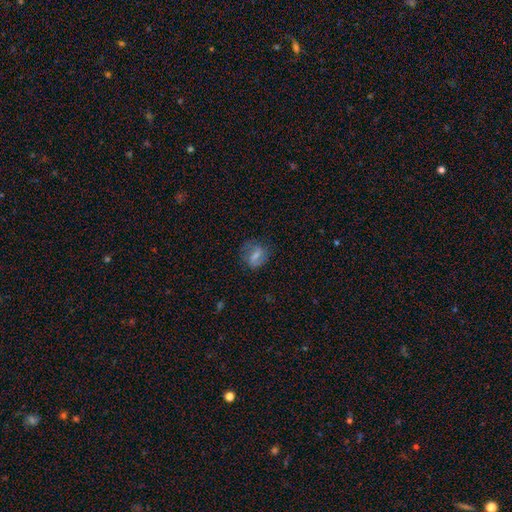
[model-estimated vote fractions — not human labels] smooth_or_featured: smooth (p=0.53) [alt: featured or disk p=0.38]
how_rounded: round (p=0.52) [alt: in between p=0.45]
merging: none (p=0.66) [alt: minor disturbance p=0.21]